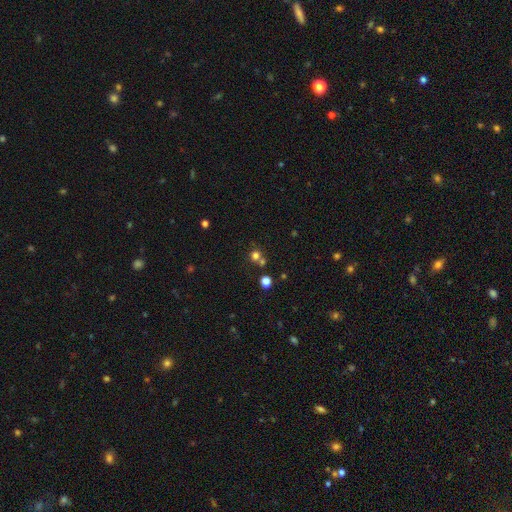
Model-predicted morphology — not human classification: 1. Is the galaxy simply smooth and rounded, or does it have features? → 69% smooth, 22% star or artifact, 9% featured or disk.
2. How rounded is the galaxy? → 89% round, 10% in between, 1% cigar-shaped.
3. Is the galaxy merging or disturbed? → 59% none, 30% merger, 7% minor disturbance, 4% major disturbance.